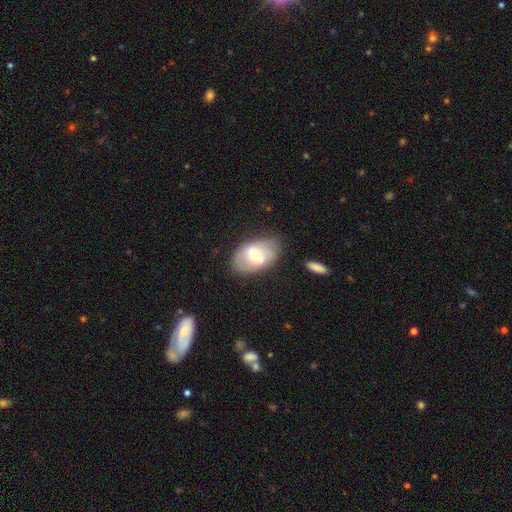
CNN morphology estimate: Smooth or featured? smooth (52%)
How rounded? in between (87%)
Merging? none (74%)